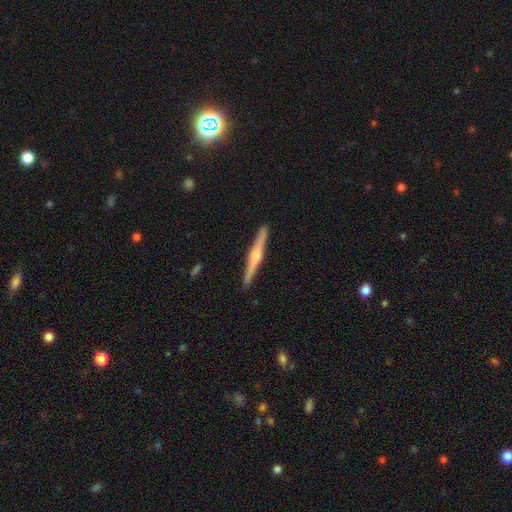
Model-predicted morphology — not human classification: featured or disk 74%, smooth 21%, star or artifact 5%. Down the decision tree: edge-on disk — yes (98%); edge-on bulge — rounded (89%); merging — none (92%).